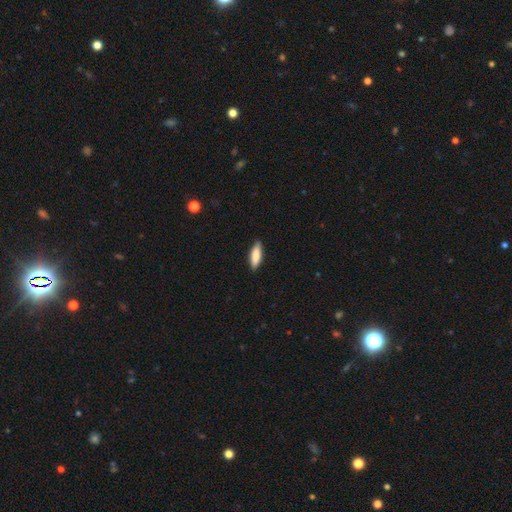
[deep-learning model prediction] Q: Smooth or featured?
A: smooth (84%); runner-up: featured or disk (10%)
Q: How rounded?
A: cigar-shaped (52%); runner-up: in between (46%)
Q: Merging?
A: none (88%); runner-up: minor disturbance (9%)